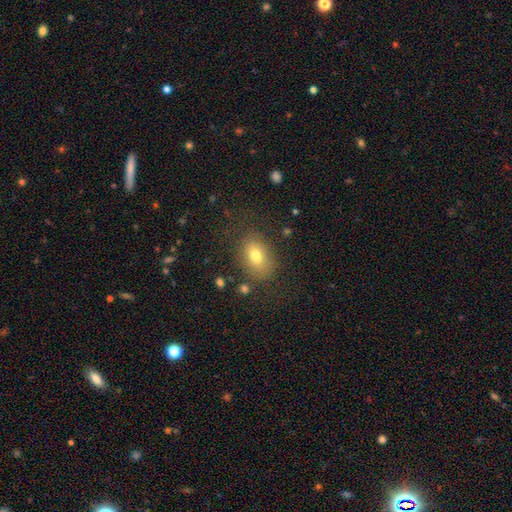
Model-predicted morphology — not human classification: Smooth or featured? smooth (74%)
How rounded? in between (80%)
Merging? none (76%)